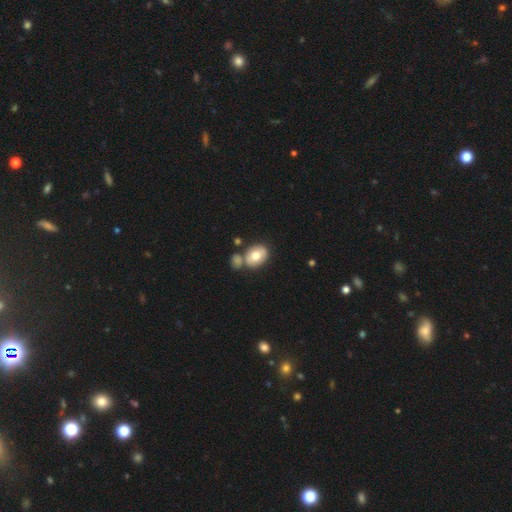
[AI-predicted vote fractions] Smooth or featured? Predicted: smooth (p=0.72). How rounded? Predicted: in between (p=0.67). Merging? Predicted: none (p=0.56).